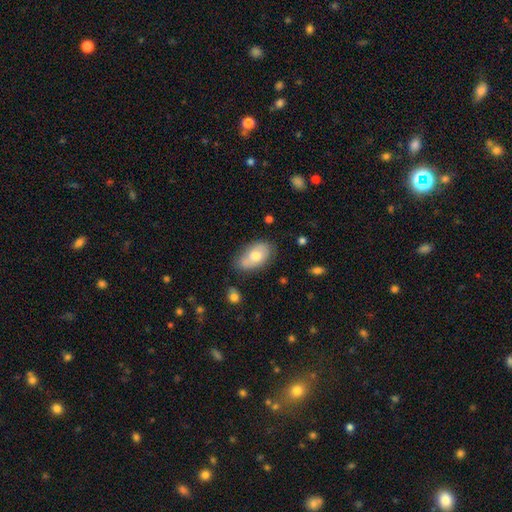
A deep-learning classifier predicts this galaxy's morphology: Smooth or featured? Predicted: smooth (p=0.65). How rounded? Predicted: in between (p=0.92). Merging? Predicted: none (p=0.60).